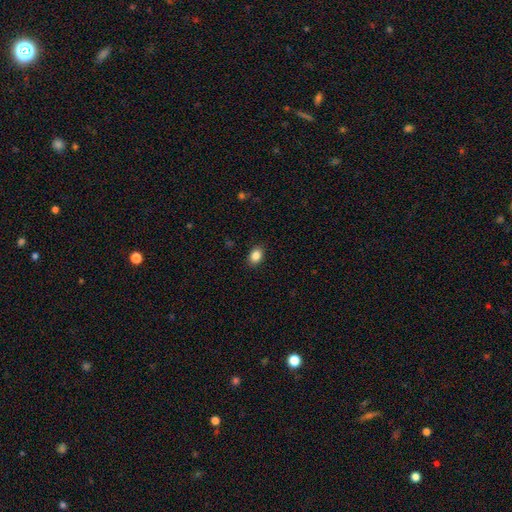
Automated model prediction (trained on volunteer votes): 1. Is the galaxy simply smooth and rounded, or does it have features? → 87% smooth, 9% star or artifact, 4% featured or disk.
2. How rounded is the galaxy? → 69% in between, 30% round, 1% cigar-shaped.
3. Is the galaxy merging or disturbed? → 89% none, 8% minor disturbance, 2% major disturbance, 1% merger.